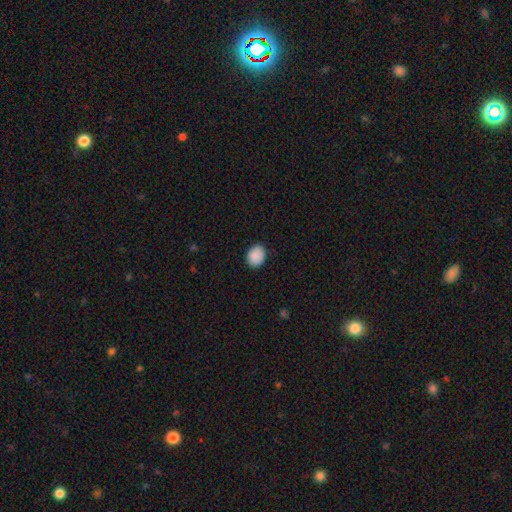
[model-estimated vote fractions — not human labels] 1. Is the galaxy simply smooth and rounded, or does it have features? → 89% smooth, 7% star or artifact, 3% featured or disk.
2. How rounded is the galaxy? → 53% in between, 47% round, 1% cigar-shaped.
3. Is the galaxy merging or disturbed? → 87% none, 10% minor disturbance, 2% major disturbance, 1% merger.